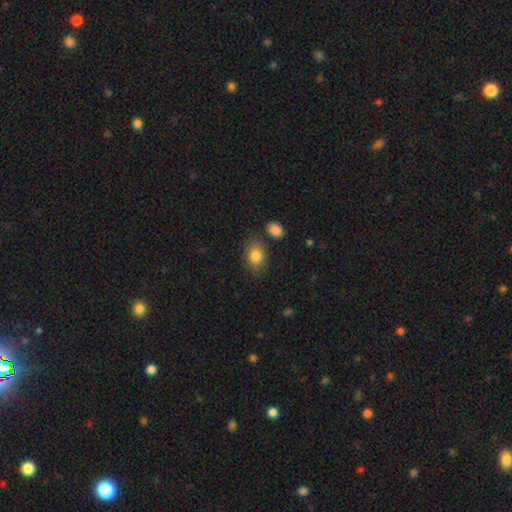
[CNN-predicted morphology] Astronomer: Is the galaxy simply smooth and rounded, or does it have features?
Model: smooth — 84%.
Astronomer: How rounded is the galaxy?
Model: in between — 72%.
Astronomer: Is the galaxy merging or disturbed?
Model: none — 77%.